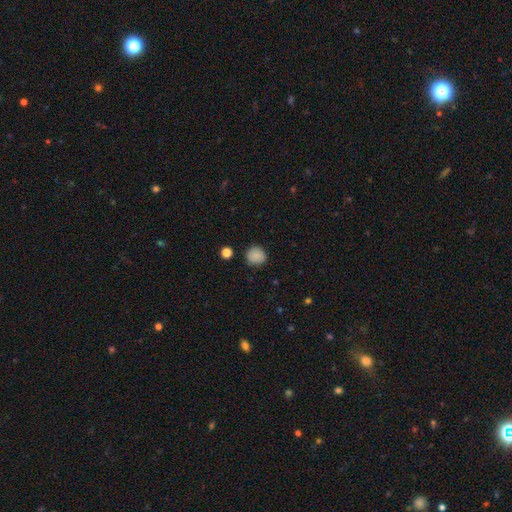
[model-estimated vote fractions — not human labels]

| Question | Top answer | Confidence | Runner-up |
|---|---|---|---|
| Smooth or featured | smooth | 86% | star or artifact (10%) |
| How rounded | round | 91% | in between (8%) |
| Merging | none | 86% | minor disturbance (9%) |